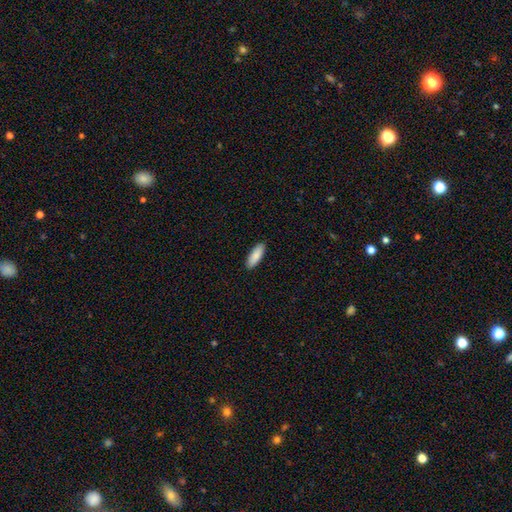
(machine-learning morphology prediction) This is clearly a smooth galaxy (87%). How rounded: likely in between (66%). Merging: clearly none (90%).